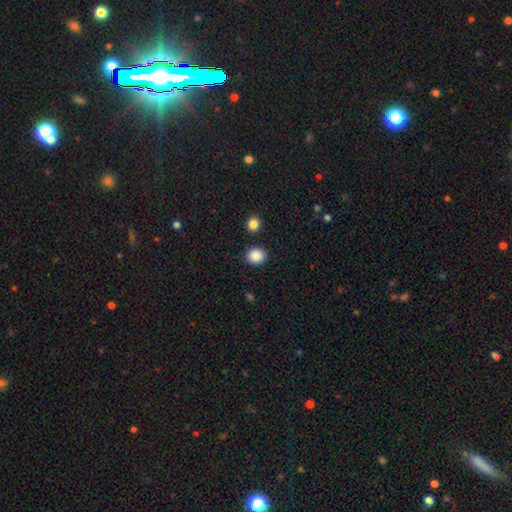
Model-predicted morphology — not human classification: The model was most divided on "how rounded": round: 75%, in between: 25%, cigar-shaped: 1%. More confident: smooth or featured — smooth (88%); merging — none (88%).